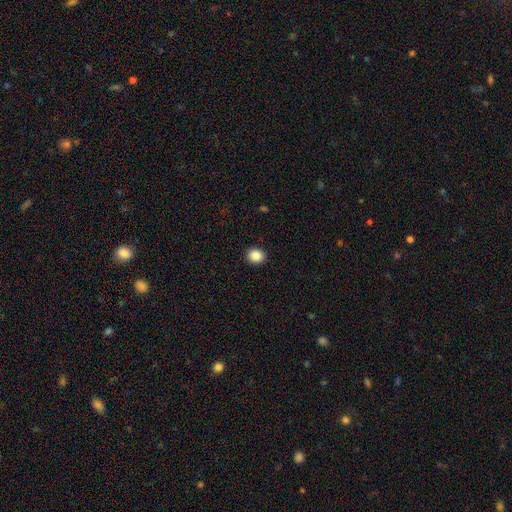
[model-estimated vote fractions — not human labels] Smooth or featured? Predicted: smooth (p=0.86). How rounded? Predicted: round (p=0.74). Merging? Predicted: none (p=0.92).